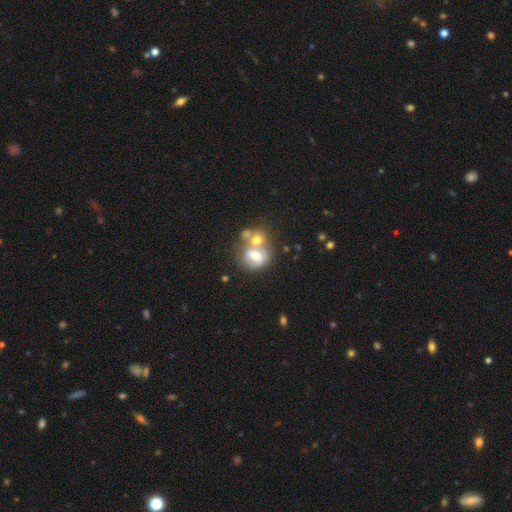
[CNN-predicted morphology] Q: Smooth or featured?
A: smooth (57%); runner-up: featured or disk (33%)
Q: How rounded?
A: round (70%); runner-up: in between (29%)
Q: Merging?
A: merger (57%); runner-up: none (29%)